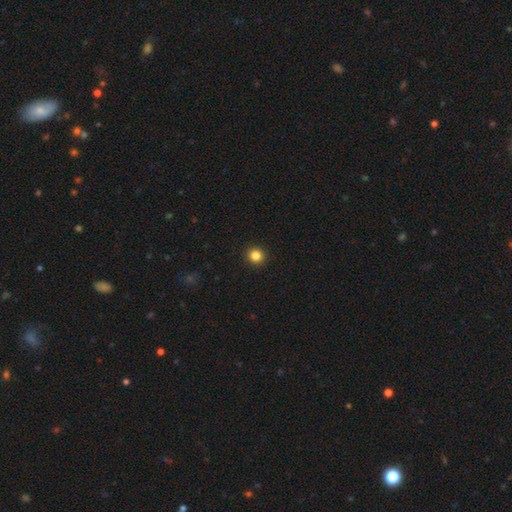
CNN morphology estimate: smooth_or_featured: smooth (p=0.84) [alt: star or artifact p=0.11]
how_rounded: round (p=0.91) [alt: in between p=0.08]
merging: none (p=0.93) [alt: minor disturbance p=0.04]